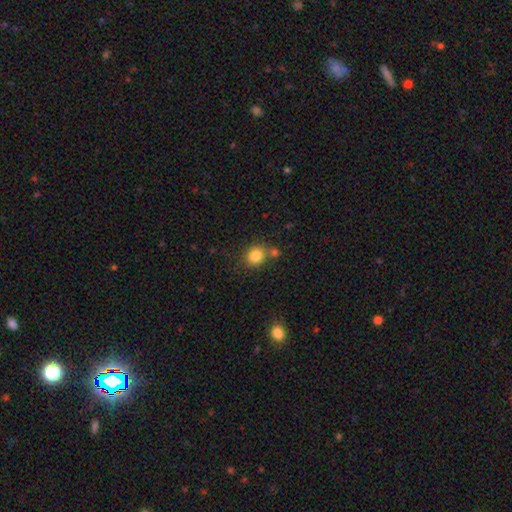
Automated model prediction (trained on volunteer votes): Overall: smooth (83%). How rounded: round (79%). Merging: none (70%).